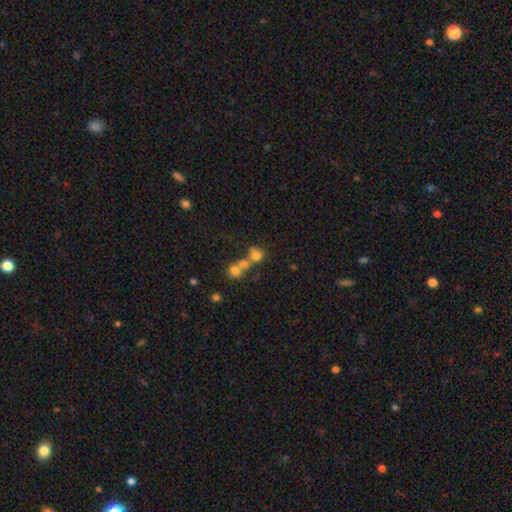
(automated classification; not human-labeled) smooth 66%, featured or disk 18%, star or artifact 16%. Down the decision tree: how rounded — round (77%); merging — merger (54%).